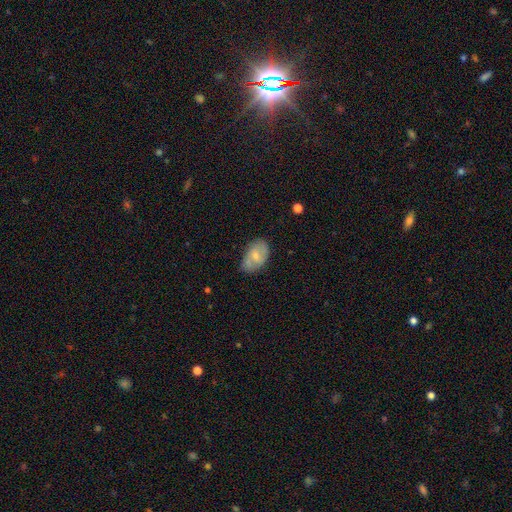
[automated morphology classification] smooth_or_featured: smooth (p=0.58) [alt: featured or disk p=0.35]
how_rounded: in between (p=0.89) [alt: round p=0.09]
merging: none (p=0.61) [alt: minor disturbance p=0.28]